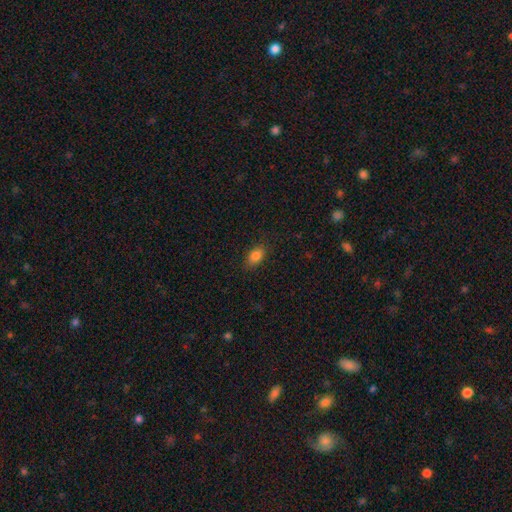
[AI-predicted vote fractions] Q: Smooth or featured?
A: smooth (84%); runner-up: star or artifact (9%)
Q: How rounded?
A: in between (86%); runner-up: round (12%)
Q: Merging?
A: none (84%); runner-up: minor disturbance (12%)